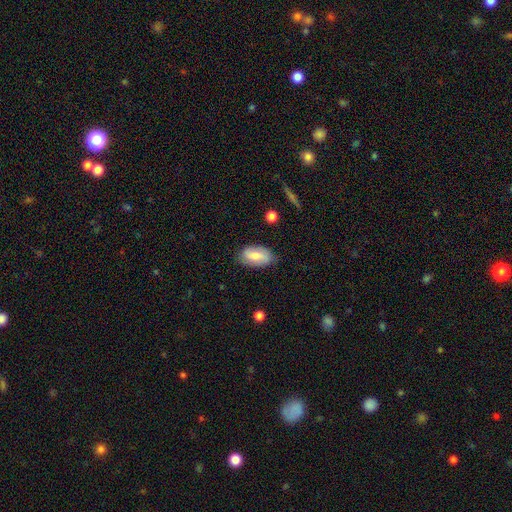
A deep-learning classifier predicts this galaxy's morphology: Smooth or featured? Predicted: smooth (p=0.62). How rounded? Predicted: in between (p=0.93). Merging? Predicted: none (p=0.78).